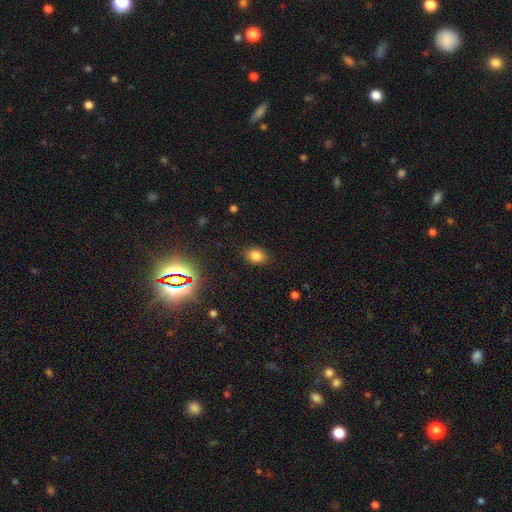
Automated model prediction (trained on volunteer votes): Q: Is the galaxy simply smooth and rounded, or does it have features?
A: smooth — 78%.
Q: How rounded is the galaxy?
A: in between — 58%.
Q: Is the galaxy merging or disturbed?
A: none — 84%.